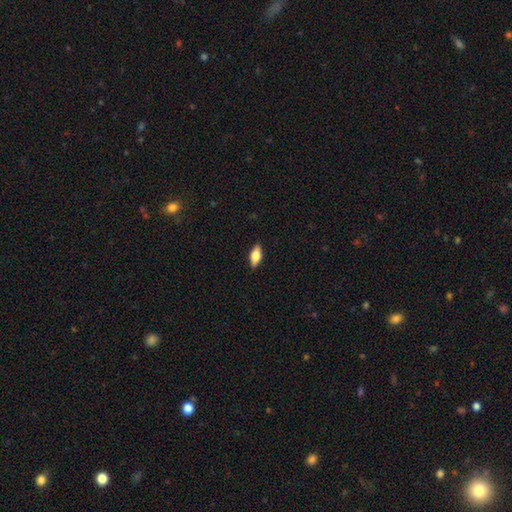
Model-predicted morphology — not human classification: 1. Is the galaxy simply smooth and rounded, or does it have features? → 64% smooth, 29% featured or disk, 7% star or artifact.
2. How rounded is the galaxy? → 80% in between, 17% cigar-shaped, 3% round.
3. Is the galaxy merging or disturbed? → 89% none, 9% minor disturbance, 2% major disturbance, 1% merger.